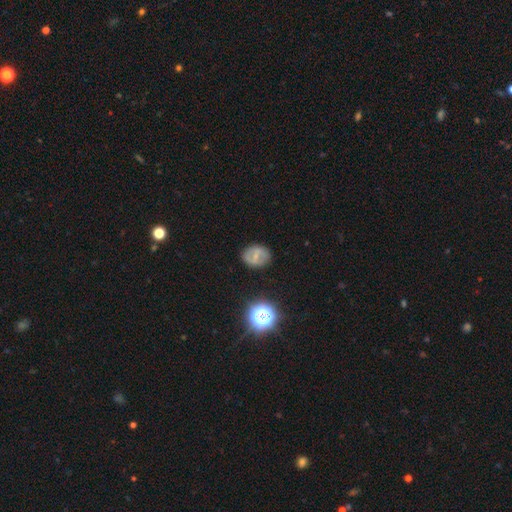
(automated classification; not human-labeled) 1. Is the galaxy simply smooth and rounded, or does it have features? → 45% smooth, 43% featured or disk, 11% star or artifact.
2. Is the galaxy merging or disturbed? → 84% none, 11% minor disturbance, 4% major disturbance, 2% merger.